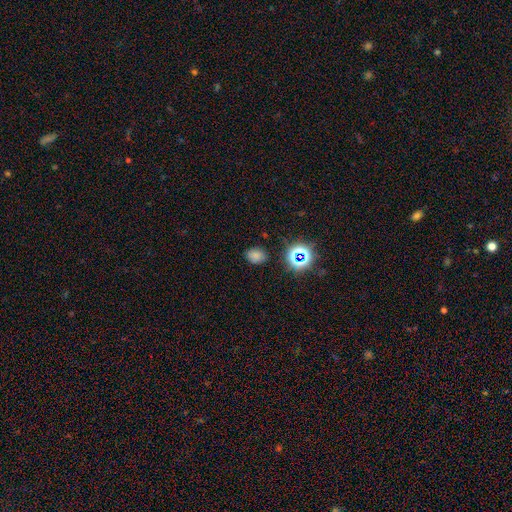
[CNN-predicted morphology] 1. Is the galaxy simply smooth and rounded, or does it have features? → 72% smooth, 22% star or artifact, 6% featured or disk.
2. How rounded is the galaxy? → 57% in between, 42% round, 1% cigar-shaped.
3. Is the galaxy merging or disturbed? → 82% none, 13% minor disturbance, 3% major disturbance, 2% merger.